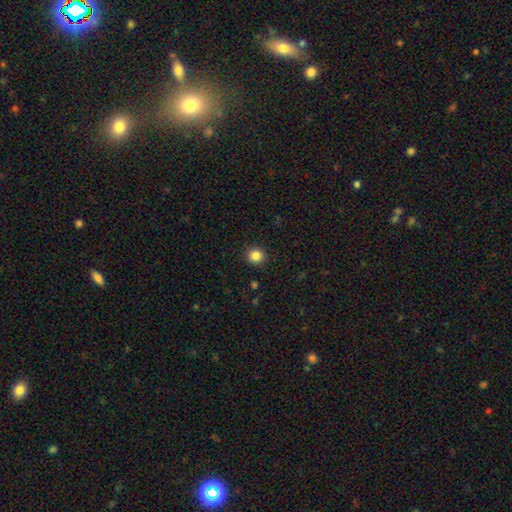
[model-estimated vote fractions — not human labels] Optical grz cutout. It shows a smooth galaxy with no disk features (85%) that is round (92%). Merging: none (92%).